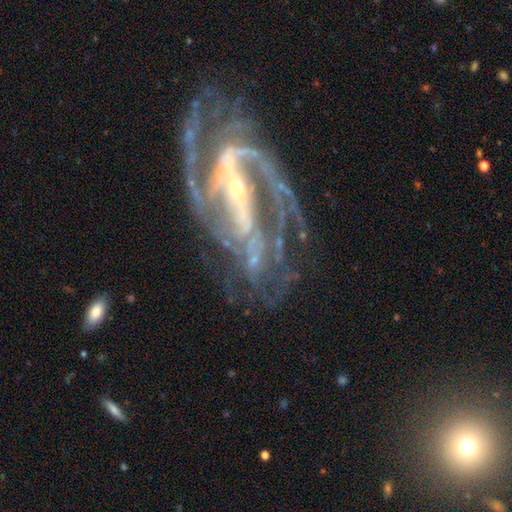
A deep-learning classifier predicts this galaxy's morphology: This is clearly a featured or disk galaxy (88%). It is clearly not viewed edge-on (95%). Bar: likely strong (66%). Spiral arm pattern: clearly yes (93%). Spiral arm count: marginally 2 (40%). Spiral winding: marginally medium (44%). Central bulge: possibly small (57%). Merging: possibly none (49%).